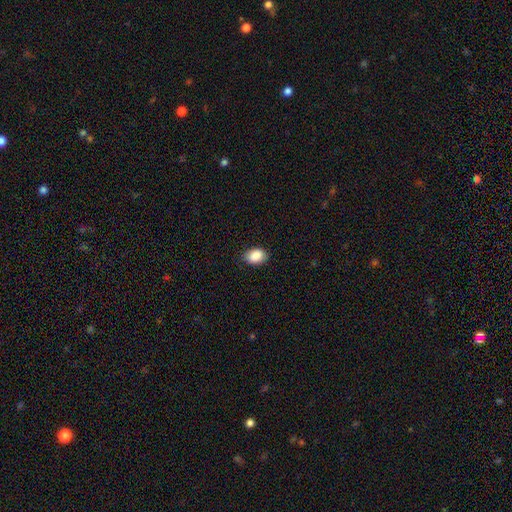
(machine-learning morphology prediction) smooth-or-featured: smooth: 89% | star or artifact: 7% | featured or disk: 3%
  how-rounded: in between: 79% | round: 20% | cigar-shaped: 1%
  merging: none: 84% | minor disturbance: 13% | major disturbance: 3% | merger: 1%